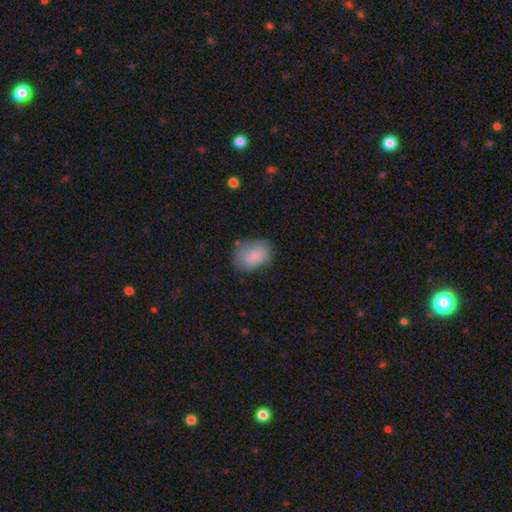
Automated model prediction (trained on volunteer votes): A smooth galaxy with no disk features (77%) that is in between round and cigar-shaped (77%).

Vote fractions:
- Smooth or featured? smooth: 77% / featured or disk: 15% / star or artifact: 7%
- How rounded? in between: 77% / round: 22% / cigar-shaped: 1%
- Merging? none: 59% / minor disturbance: 28% / major disturbance: 10% / merger: 3%